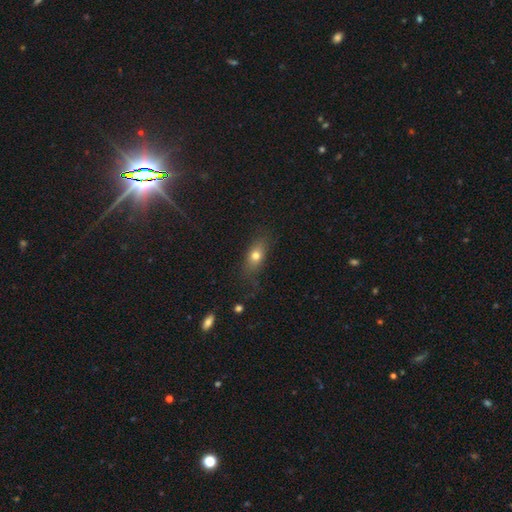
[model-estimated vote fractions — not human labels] This appears to be a smooth galaxy with no disk features (73%) that is in between round and cigar-shaped (70%). Merging: none (74%).